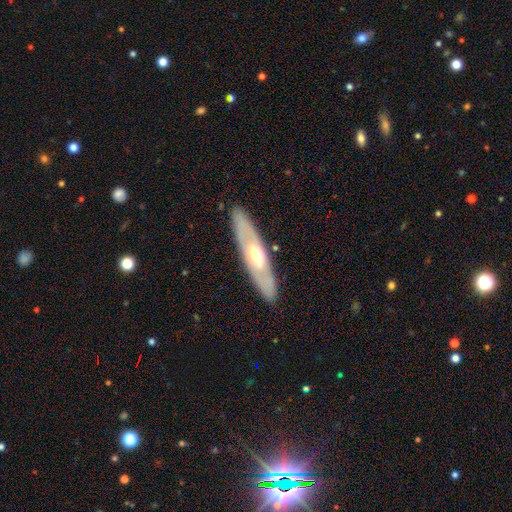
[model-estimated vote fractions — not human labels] Smooth or featured?
  - featured or disk: 60% *
  - smooth: 35%
  - star or artifact: 5%
Edge-on disk?
  - no: 51% *
  - yes: 49%
Merging?
  - none: 88% *
  - minor disturbance: 8%
  - major disturbance: 2%
  - merger: 1%